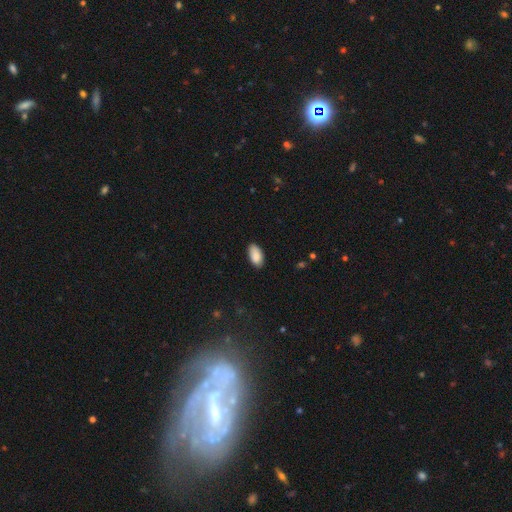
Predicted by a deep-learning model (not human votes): smooth-or-featured: smooth: 88% | star or artifact: 7% | featured or disk: 5%
  how-rounded: in between: 95% | cigar-shaped: 3% | round: 2%
  merging: none: 83% | minor disturbance: 14% | major disturbance: 2% | merger: 1%